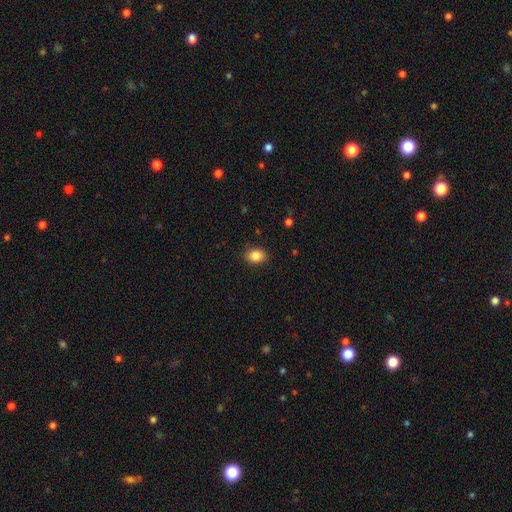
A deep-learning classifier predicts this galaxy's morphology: Q: Smooth or featured?
A: smooth (87%); runner-up: star or artifact (9%)
Q: How rounded?
A: in between (65%); runner-up: round (34%)
Q: Merging?
A: none (87%); runner-up: minor disturbance (10%)